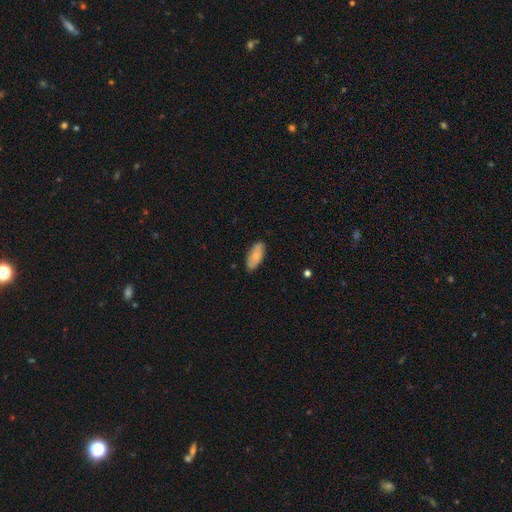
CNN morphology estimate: smooth_or_featured: smooth (p=0.77) [alt: featured or disk p=0.17]
how_rounded: in between (p=0.87) [alt: cigar-shaped p=0.11]
merging: none (p=0.84) [alt: minor disturbance p=0.13]